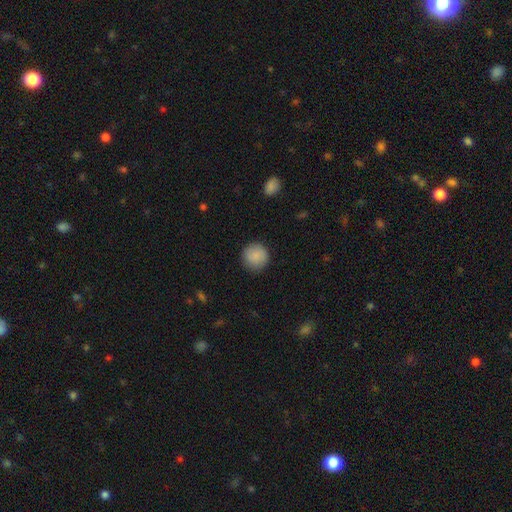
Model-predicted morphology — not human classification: This is clearly a smooth galaxy (88%). How rounded: clearly round (94%). Merging: clearly none (89%).